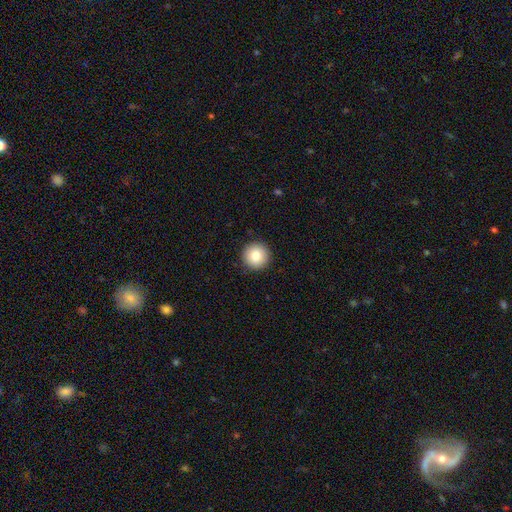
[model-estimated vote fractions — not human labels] The model was most divided on "smooth or featured": smooth: 83%, star or artifact: 9%, featured or disk: 8%. More confident: how rounded — round (96%); merging — none (93%).